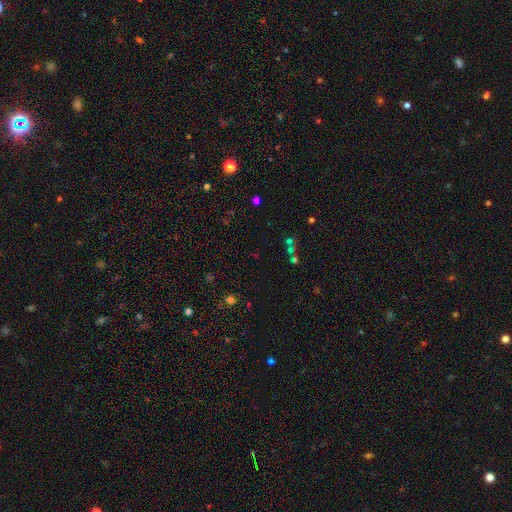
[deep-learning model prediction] A star or artifact, not a galaxy (54%).